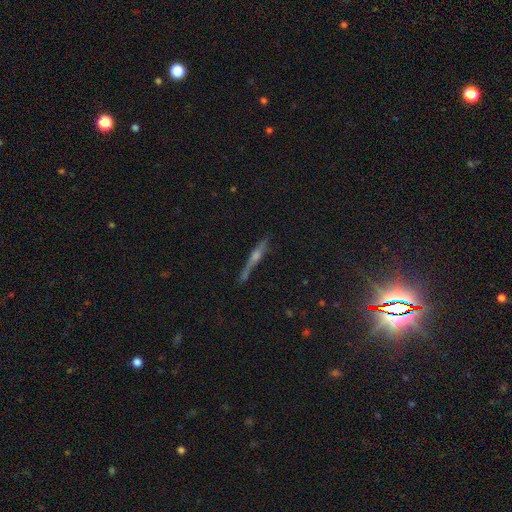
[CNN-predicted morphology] type=featured or disk (63%); edge-on=yes (95%); edge-on bulge=rounded (72%); merging=none (75%).